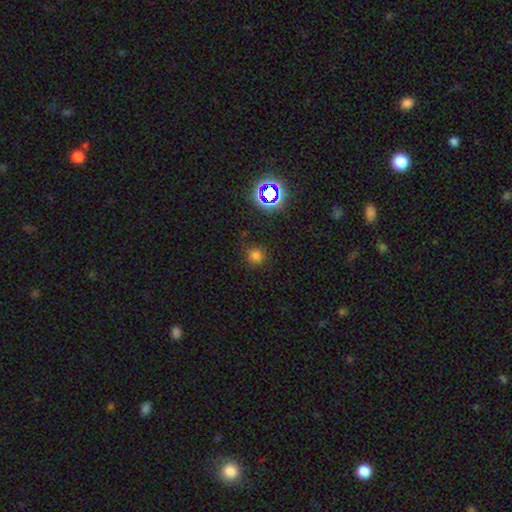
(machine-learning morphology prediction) type=smooth (71%); roundness=round (93%); merging=none (85%).